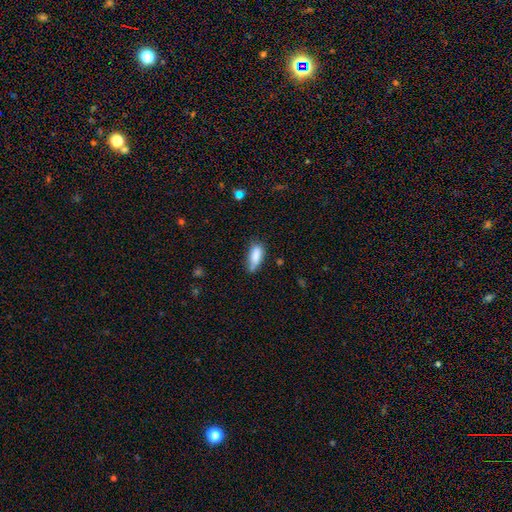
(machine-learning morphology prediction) A smooth galaxy with no disk features (83%) that is in between round and cigar-shaped (76%). Merging: none (53%).